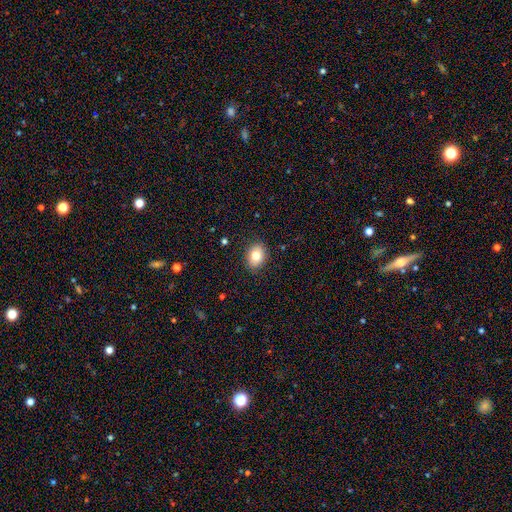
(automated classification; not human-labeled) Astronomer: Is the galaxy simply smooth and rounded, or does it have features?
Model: smooth — 79%.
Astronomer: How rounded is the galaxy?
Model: in between — 66%.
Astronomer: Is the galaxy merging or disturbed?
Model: none — 88%.